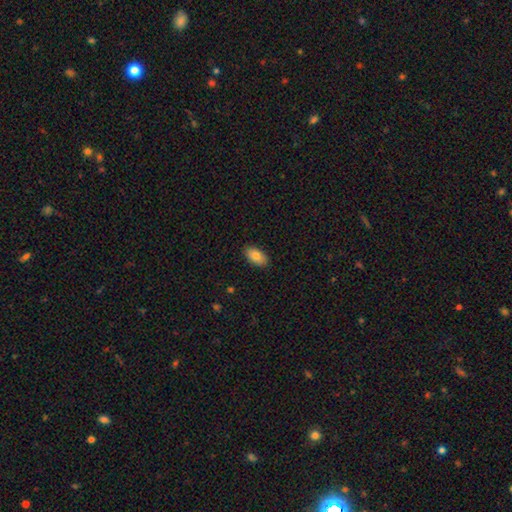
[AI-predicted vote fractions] Smooth or featured?
  - smooth: 84% *
  - featured or disk: 9%
  - star or artifact: 7%
How rounded?
  - in between: 94% *
  - round: 4%
  - cigar-shaped: 2%
Merging?
  - none: 88% *
  - minor disturbance: 9%
  - major disturbance: 2%
  - merger: 1%